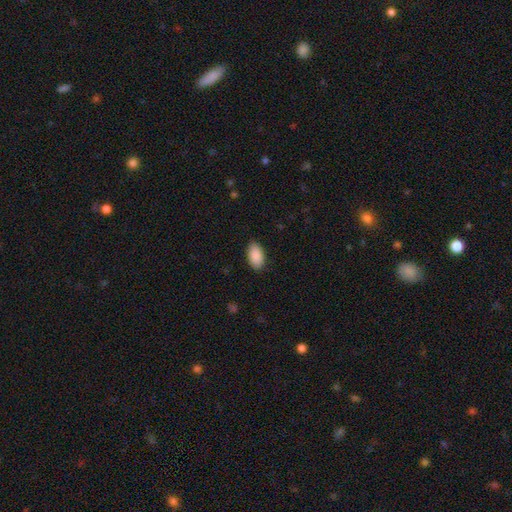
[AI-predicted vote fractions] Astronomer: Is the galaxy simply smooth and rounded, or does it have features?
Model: smooth — 91%.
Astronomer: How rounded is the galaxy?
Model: in between — 95%.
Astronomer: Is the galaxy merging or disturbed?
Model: none — 88%.